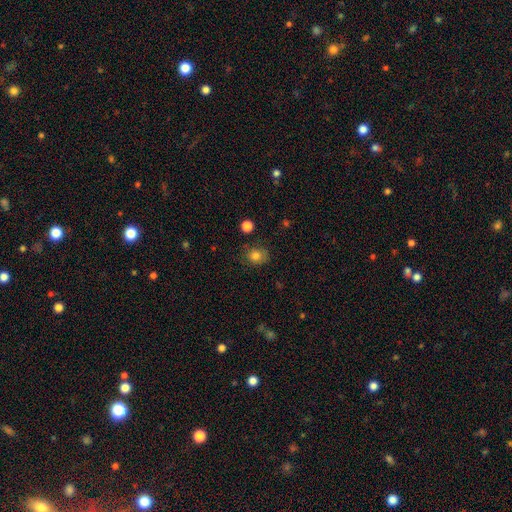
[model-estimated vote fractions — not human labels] Smooth or featured? smooth (81%)
How rounded? round (65%)
Merging? none (77%)